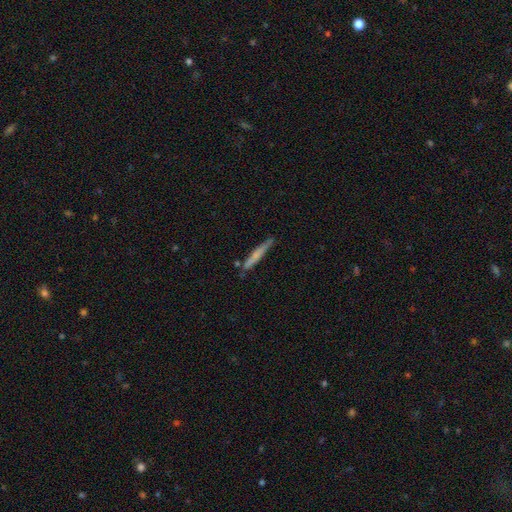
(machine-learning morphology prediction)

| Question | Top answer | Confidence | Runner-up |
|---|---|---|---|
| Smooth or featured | smooth | 58% | featured or disk (36%) |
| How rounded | cigar-shaped | 95% | in between (3%) |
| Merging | none | 82% | minor disturbance (13%) |